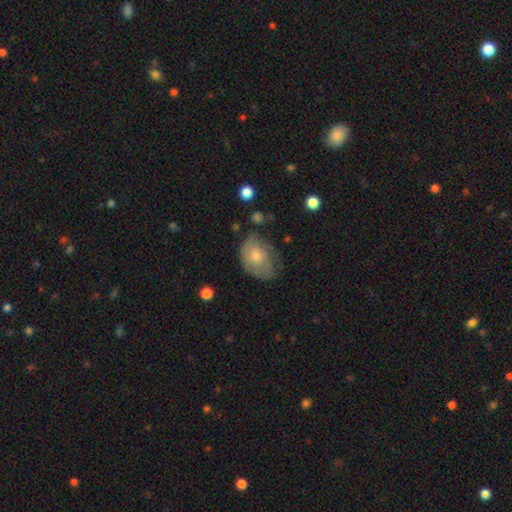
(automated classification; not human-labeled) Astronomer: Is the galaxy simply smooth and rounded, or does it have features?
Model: smooth — 51% (runner-up: featured or disk, 41%).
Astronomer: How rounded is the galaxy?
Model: in between — 75%.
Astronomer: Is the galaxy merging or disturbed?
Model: none — 51% (runner-up: minor disturbance, 33%).